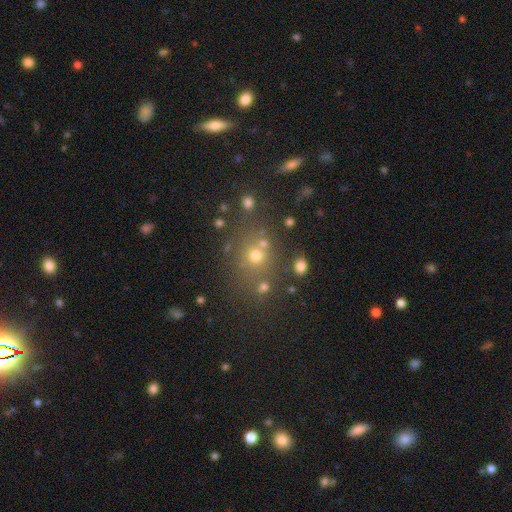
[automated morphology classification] A smooth galaxy with no disk features (63%) that is round (79%).

Vote fractions:
- Smooth or featured? smooth: 63% / star or artifact: 25% / featured or disk: 12%
- How rounded? round: 79% / in between: 20% / cigar-shaped: 1%
- Merging? none: 68% / merger: 15% / minor disturbance: 11% / major disturbance: 6%